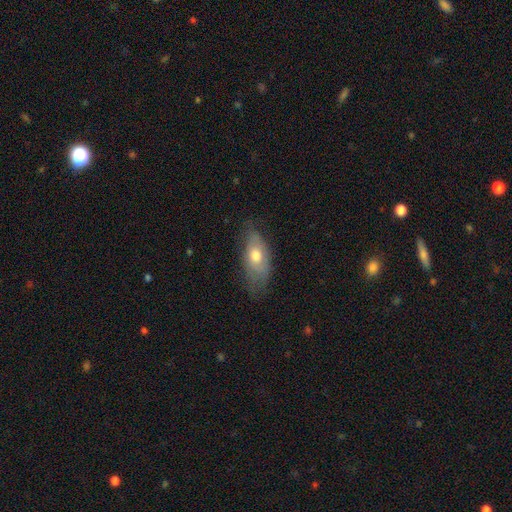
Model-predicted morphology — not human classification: A smooth galaxy with no disk features (58%) that is in between round and cigar-shaped (84%). Merging: none (61%).